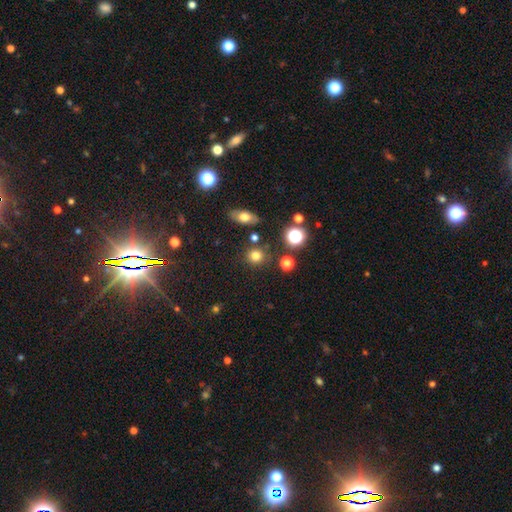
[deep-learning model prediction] Morphology: type=smooth (77%); roundness=round (86%); merging=none (83%).